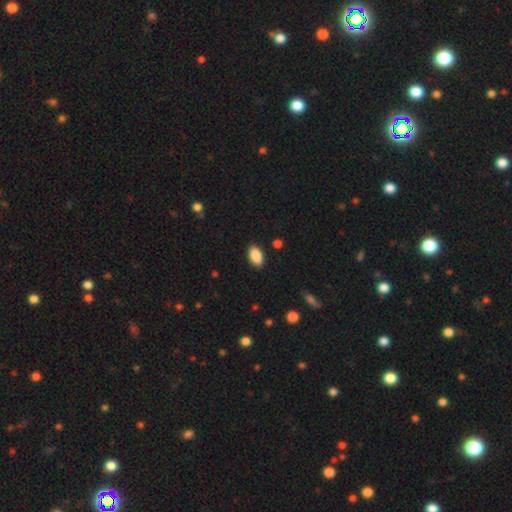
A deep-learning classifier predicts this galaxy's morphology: Smooth or featured: smooth — 90% (star or artifact — 7%)
How rounded: in between — 93% (round — 4%)
Merging: none — 87% (minor disturbance — 10%)